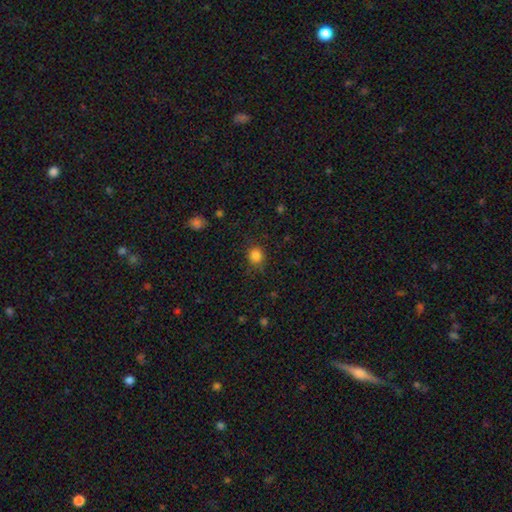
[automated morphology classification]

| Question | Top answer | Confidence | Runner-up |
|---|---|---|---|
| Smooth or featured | smooth | 84% | star or artifact (12%) |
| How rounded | round | 85% | in between (14%) |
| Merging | none | 83% | minor disturbance (12%) |